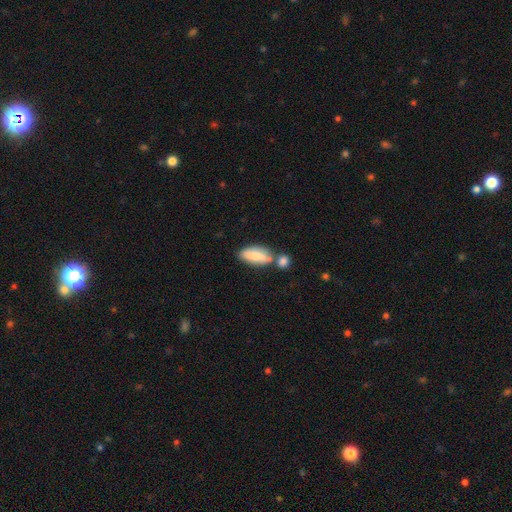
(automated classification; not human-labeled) The model was most divided on "merging": none: 48%, merger: 32%, minor disturbance: 15%, major disturbance: 5%. More confident: how rounded — in between (80%); smooth or featured — smooth (69%).